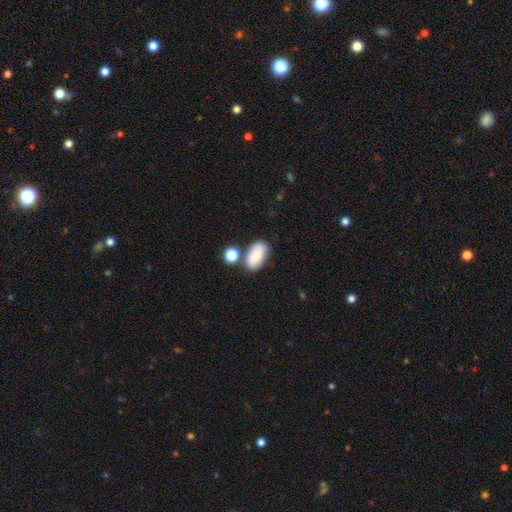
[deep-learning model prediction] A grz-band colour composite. It shows a smooth galaxy with no disk features (82%) that is in between round and cigar-shaped (92%). Merging: none (60%).